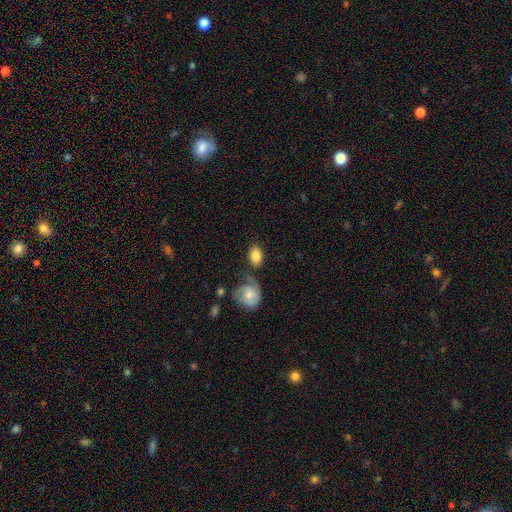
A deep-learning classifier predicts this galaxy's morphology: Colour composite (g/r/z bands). It shows a smooth galaxy with no disk features (82%) that is in between round and cigar-shaped (85%). Merging: none (57%).